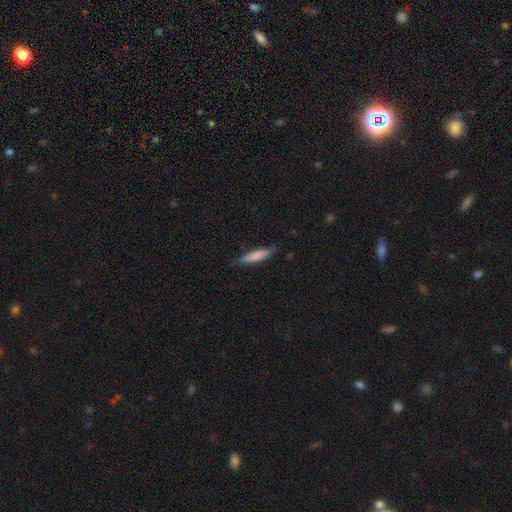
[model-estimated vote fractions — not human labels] smooth-or-featured: smooth: 77% | featured or disk: 17% | star or artifact: 6%
  how-rounded: cigar-shaped: 83% | in between: 16% | round: 1%
  merging: none: 83% | minor disturbance: 14% | major disturbance: 2% | merger: 1%